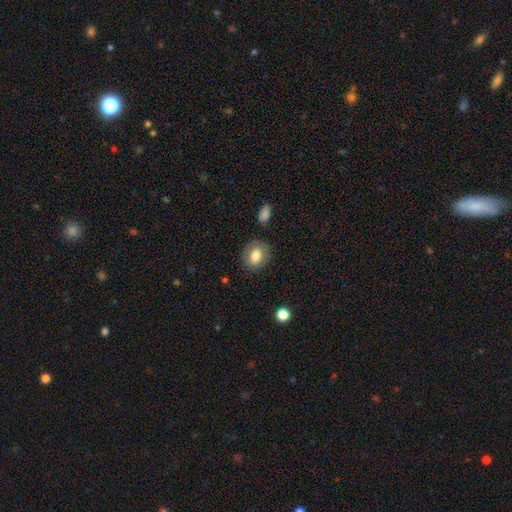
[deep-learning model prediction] Smooth or featured?
  - smooth: 75% *
  - featured or disk: 17%
  - star or artifact: 8%
How rounded?
  - round: 51% *
  - in between: 48%
  - cigar-shaped: 1%
Merging?
  - none: 81% *
  - minor disturbance: 13%
  - major disturbance: 4%
  - merger: 2%